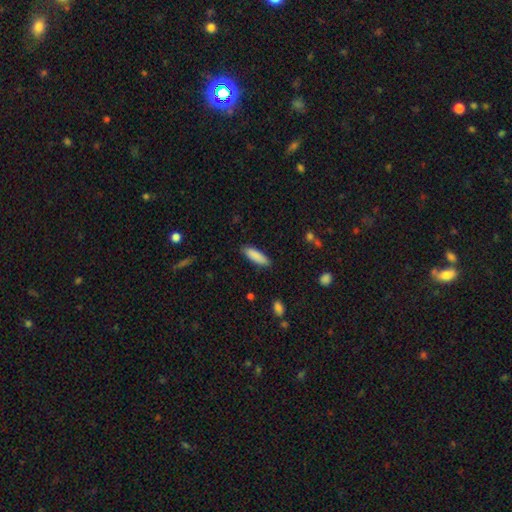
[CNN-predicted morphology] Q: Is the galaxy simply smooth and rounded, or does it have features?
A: smooth — 88%.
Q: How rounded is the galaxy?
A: cigar-shaped — 55%.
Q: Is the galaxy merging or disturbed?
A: none — 88%.